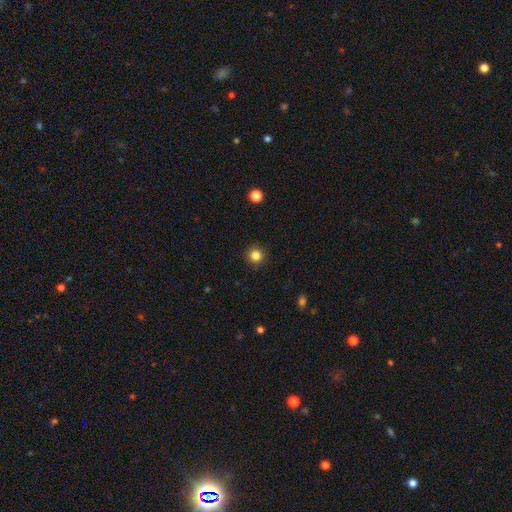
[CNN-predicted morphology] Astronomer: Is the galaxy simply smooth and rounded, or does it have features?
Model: smooth — 84%.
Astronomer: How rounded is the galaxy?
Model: round — 95%.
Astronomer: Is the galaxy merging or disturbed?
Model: none — 92%.